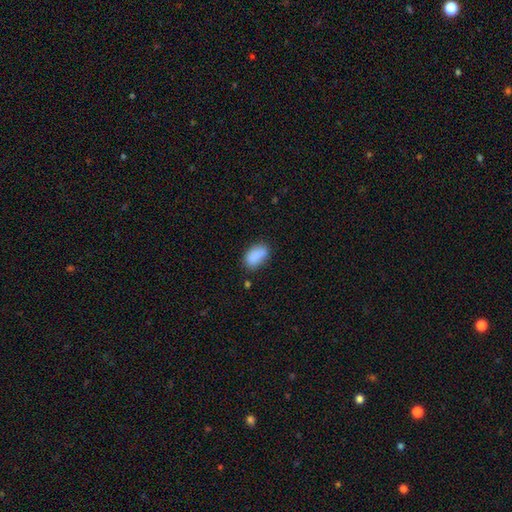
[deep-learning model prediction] Overall: smooth (87%). How rounded: in between (92%). Merging: none (71%).